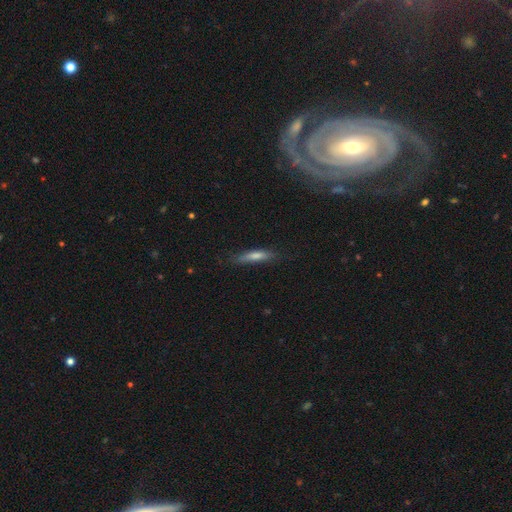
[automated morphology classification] A smooth galaxy with no disk features (46%). Merging: none (77%).